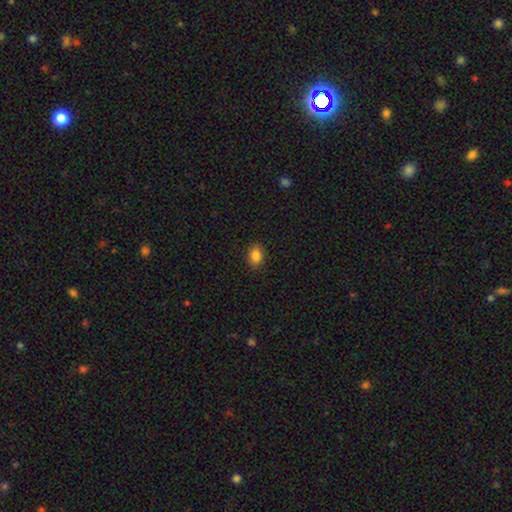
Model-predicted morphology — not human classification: Q: Smooth or featured?
A: smooth (86%); runner-up: star or artifact (10%)
Q: How rounded?
A: in between (75%); runner-up: round (24%)
Q: Merging?
A: none (89%); runner-up: minor disturbance (8%)